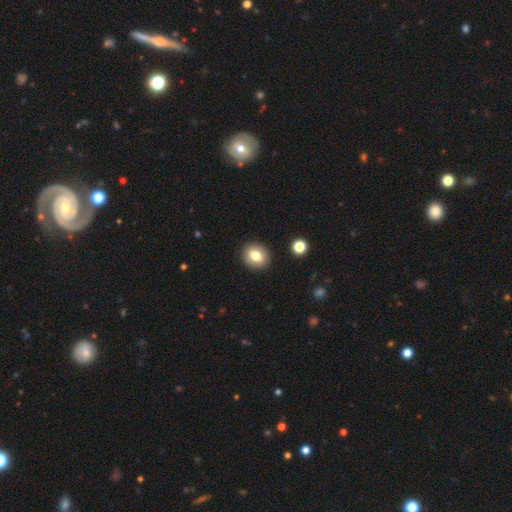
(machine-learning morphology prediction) smooth 78%, featured or disk 12%, star or artifact 9%. Down the decision tree: how rounded — round (56%); merging — none (90%).